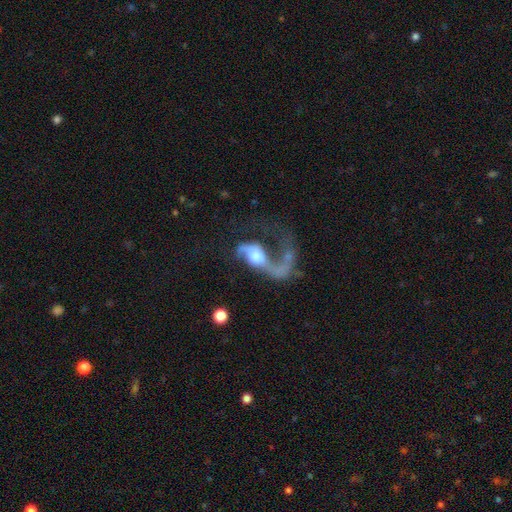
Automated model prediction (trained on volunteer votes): Smooth or featured?
  - featured or disk: 77% *
  - smooth: 16%
  - star or artifact: 7%
Edge-on disk?
  - no: 95% *
  - yes: 5%
Bar?
  - no: 60% *
  - weak: 29%
  - strong: 11%
Spiral arms?
  - yes: 88% *
  - no: 12%
Spiral winding?
  - loose: 78% *
  - medium: 18%
  - tight: 4%
Spiral arm count?
  - 1: 61% *
  - 2: 33%
  - can't tell: 3%
  - 3: 1%
  - 4: 1%
  - more than 4: 1%
Bulge size?
  - moderate: 48% *
  - large: 25%
  - small: 17%
  - none: 5%
  - dominant: 4%
Merging?
  - major disturbance: 55% *
  - none: 24%
  - minor disturbance: 11%
  - merger: 10%